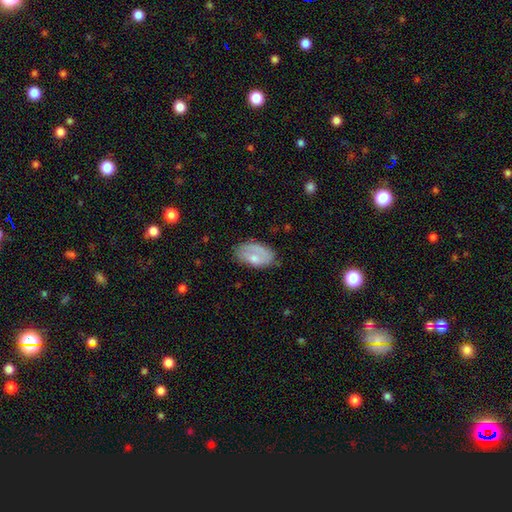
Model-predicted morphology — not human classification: smooth_or_featured: smooth (p=0.63) [alt: featured or disk p=0.30]
how_rounded: in between (p=0.93) [alt: round p=0.06]
merging: none (p=0.58) [alt: minor disturbance p=0.28]